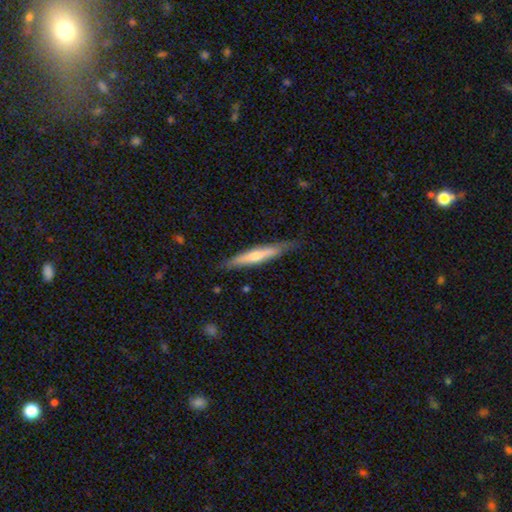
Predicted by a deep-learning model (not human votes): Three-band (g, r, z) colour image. It shows a featured or disk galaxy (53%) viewed edge-on (93%). Merging: none (83%).